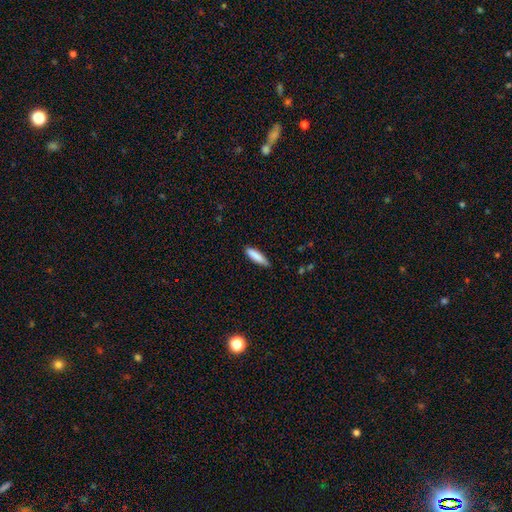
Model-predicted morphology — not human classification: This appears to be a smooth galaxy with no disk features (86%) that is cigar-shaped (72%). Merging: none (82%).